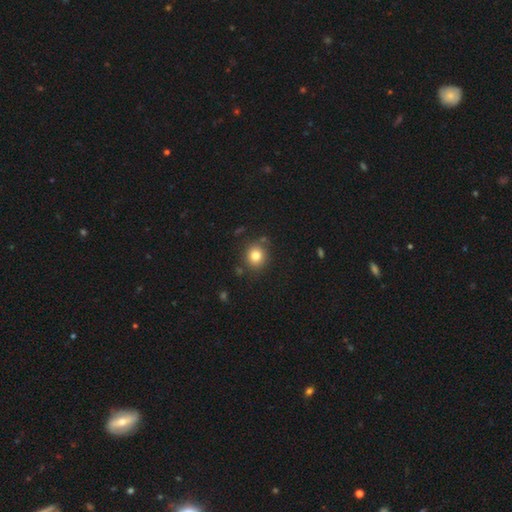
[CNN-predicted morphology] This appears to be a smooth galaxy with no disk features (80%) that is round (83%). Merging: none (84%).